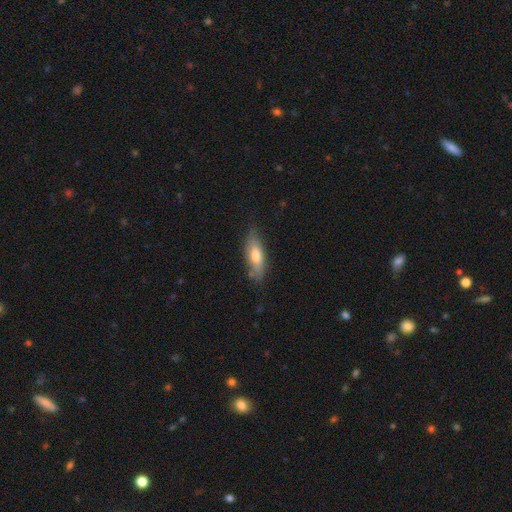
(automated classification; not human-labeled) smooth-or-featured: smooth: 65% | featured or disk: 29% | star or artifact: 6%
  how-rounded: in between: 60% | cigar-shaped: 38% | round: 2%
  merging: none: 73% | minor disturbance: 21% | major disturbance: 4% | merger: 2%